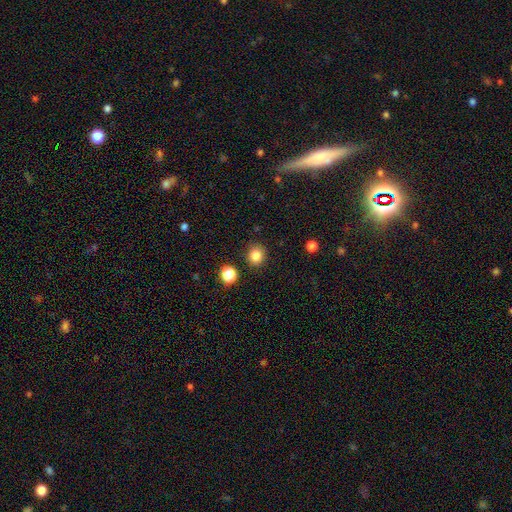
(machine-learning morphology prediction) smooth-or-featured: smooth: 84% | star or artifact: 11% | featured or disk: 4%
  how-rounded: round: 83% | in between: 16% | cigar-shaped: 1%
  merging: none: 87% | minor disturbance: 8% | merger: 3% | major disturbance: 2%